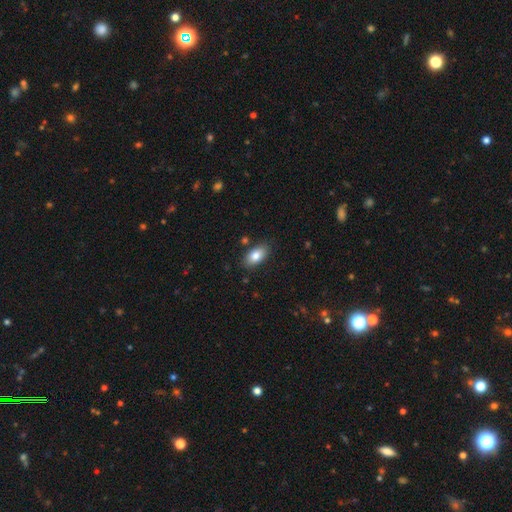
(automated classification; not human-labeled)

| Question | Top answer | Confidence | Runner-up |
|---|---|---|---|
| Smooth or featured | smooth | 81% | featured or disk (11%) |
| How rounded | in between | 92% | round (5%) |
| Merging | none | 85% | minor disturbance (11%) |